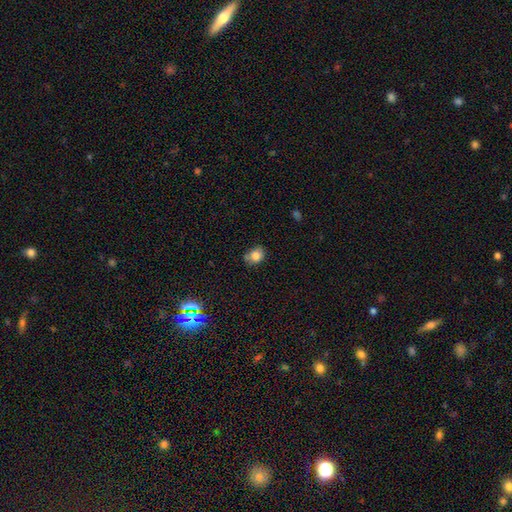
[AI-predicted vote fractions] Smooth or featured? Predicted: smooth (p=0.80). How rounded? Predicted: round (p=0.52). Merging? Predicted: none (p=0.55).